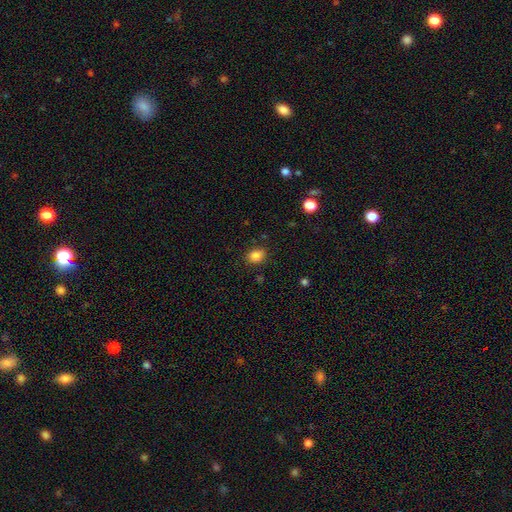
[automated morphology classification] This is clearly a smooth galaxy (84%). How rounded: possibly in between (50%). Merging: clearly none (81%).